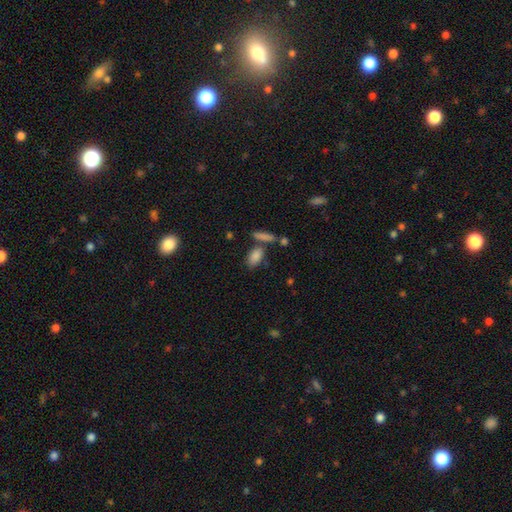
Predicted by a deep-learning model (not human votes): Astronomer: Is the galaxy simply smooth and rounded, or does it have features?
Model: smooth — 85%.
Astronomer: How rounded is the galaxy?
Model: in between — 87%.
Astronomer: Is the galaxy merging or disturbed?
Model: none — 61%.